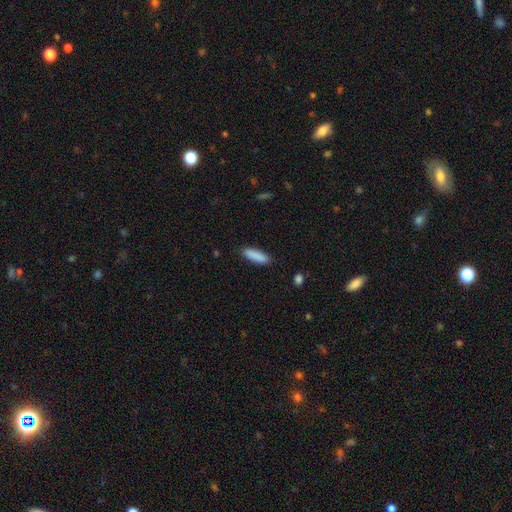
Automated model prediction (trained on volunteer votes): Smooth or featured? Predicted: smooth (p=0.89). How rounded? Predicted: cigar-shaped (p=0.59). Merging? Predicted: none (p=0.88).